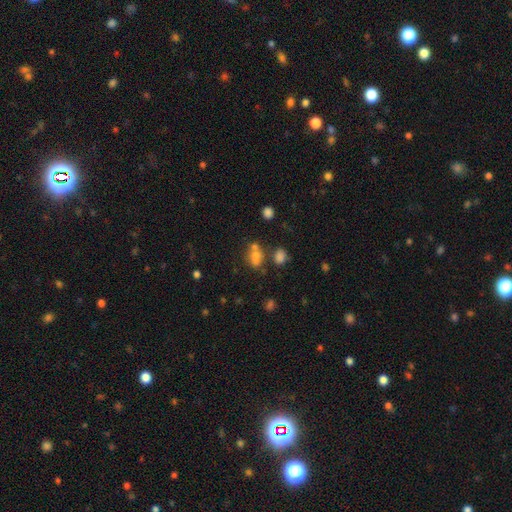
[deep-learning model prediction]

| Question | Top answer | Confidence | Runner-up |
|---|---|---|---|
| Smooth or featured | smooth | 62% | star or artifact (25%) |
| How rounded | in between | 59% | round (39%) |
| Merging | none | 49% | merger (31%) |